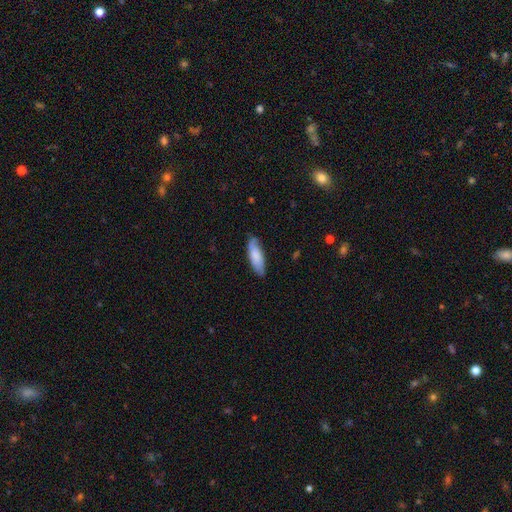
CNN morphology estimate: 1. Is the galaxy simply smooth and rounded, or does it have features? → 73% smooth, 21% featured or disk, 6% star or artifact.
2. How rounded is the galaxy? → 59% in between, 40% cigar-shaped, 2% round.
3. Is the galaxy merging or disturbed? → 77% none, 19% minor disturbance, 3% major disturbance, 1% merger.